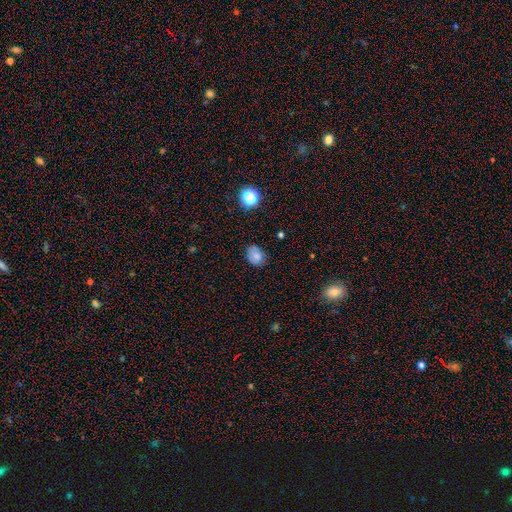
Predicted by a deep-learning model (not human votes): smooth-or-featured: smooth: 75% | featured or disk: 12% | star or artifact: 12%
  how-rounded: in between: 61% | round: 38% | cigar-shaped: 1%
  merging: none: 73% | minor disturbance: 21% | major disturbance: 4% | merger: 2%